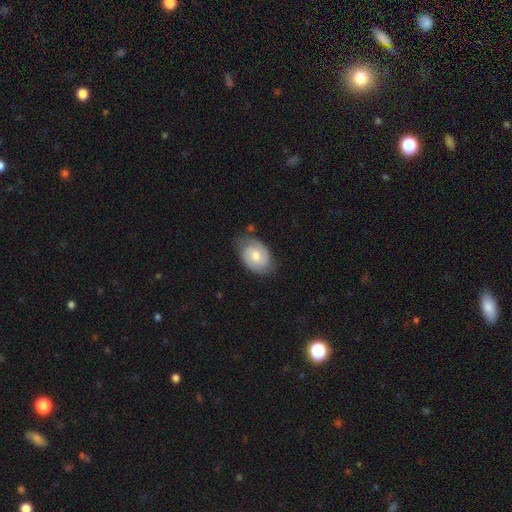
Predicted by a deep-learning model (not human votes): featured or disk 66%, smooth 28%, star or artifact 6%. Down the decision tree: edge-on disk — no (97%); bar — no (58%); spiral arms — yes (88%); spiral arm count — 2 (81%); spiral winding — tight (54%); bulge size — moderate (68%); merging — none (72%).